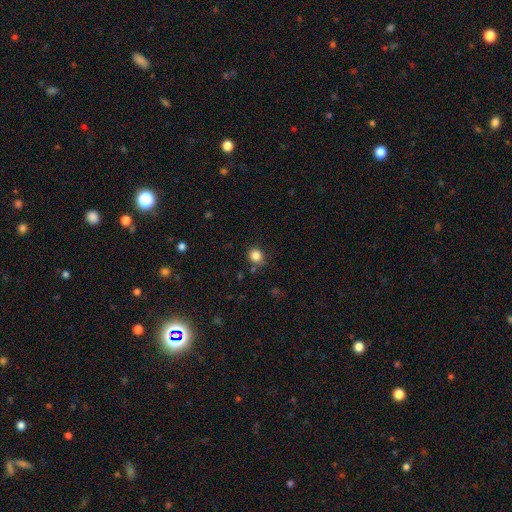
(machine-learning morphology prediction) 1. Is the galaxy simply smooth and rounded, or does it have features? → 84% smooth, 12% star or artifact, 4% featured or disk.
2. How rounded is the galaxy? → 88% round, 11% in between, 1% cigar-shaped.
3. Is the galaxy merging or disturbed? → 81% none, 11% minor disturbance, 4% merger, 3% major disturbance.